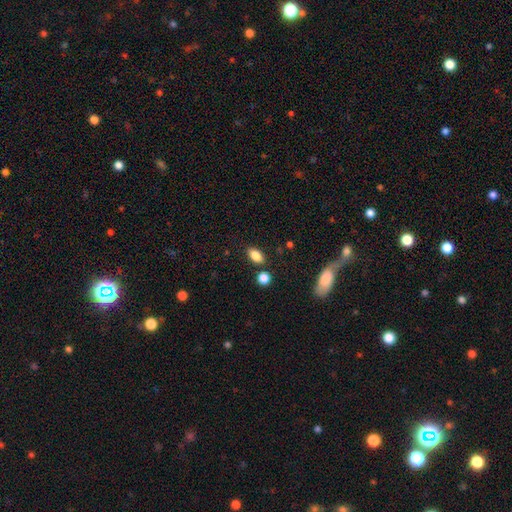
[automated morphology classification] Smooth or featured? smooth (85%)
How rounded? in between (86%)
Merging? none (80%)